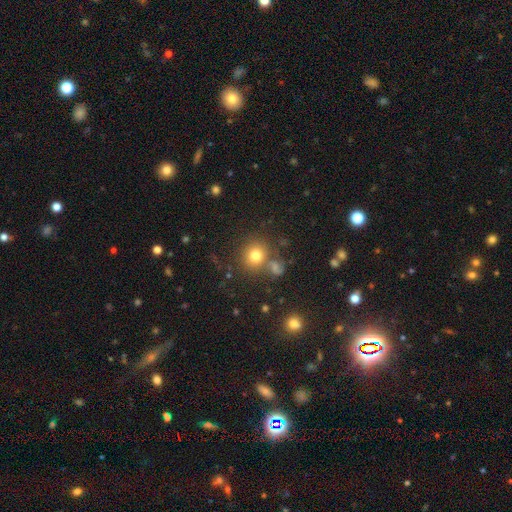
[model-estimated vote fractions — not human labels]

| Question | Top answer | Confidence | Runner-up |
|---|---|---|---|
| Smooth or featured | smooth | 77% | star or artifact (14%) |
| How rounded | round | 84% | in between (15%) |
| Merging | none | 72% | merger (14%) |